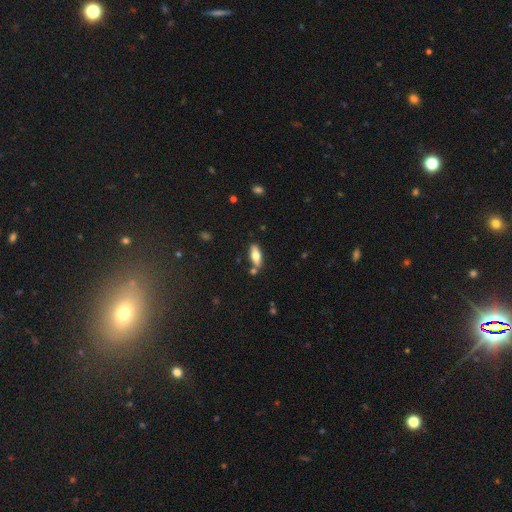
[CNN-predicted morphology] Smooth or featured? Predicted: smooth (p=0.64). How rounded? Predicted: in between (p=0.72). Merging? Predicted: none (p=0.77).